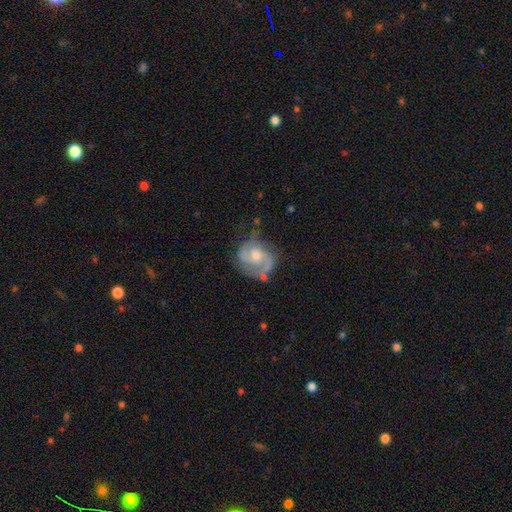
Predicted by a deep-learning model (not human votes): This appears to be a featured or disk galaxy (79%) with no bar (60%), 2 (78%) medium (48%) spiral arms (93%) and a moderate central bulge (60%). Merging: none (62%).